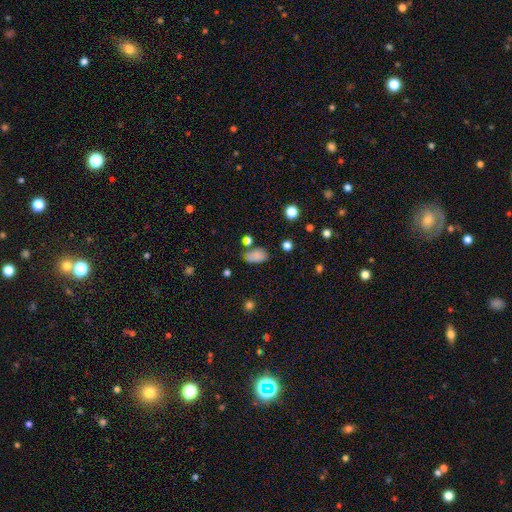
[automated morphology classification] The model was most divided on "merging": none: 56%, minor disturbance: 24%, merger: 12%, major disturbance: 8%. More confident: how rounded — in between (89%); smooth or featured — smooth (77%).